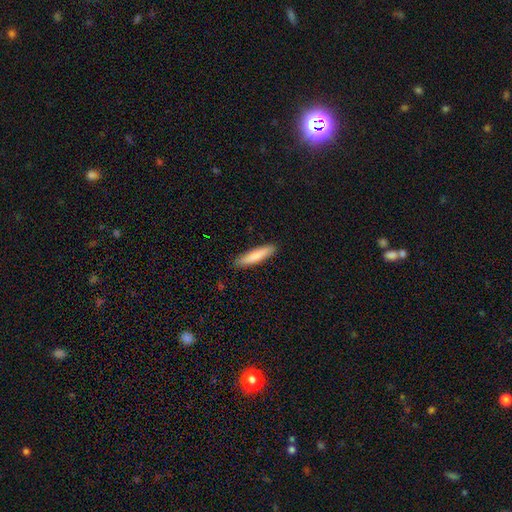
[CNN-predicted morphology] smooth 83%, featured or disk 11%, star or artifact 5%. Down the decision tree: how rounded — cigar-shaped (83%); merging — none (88%).